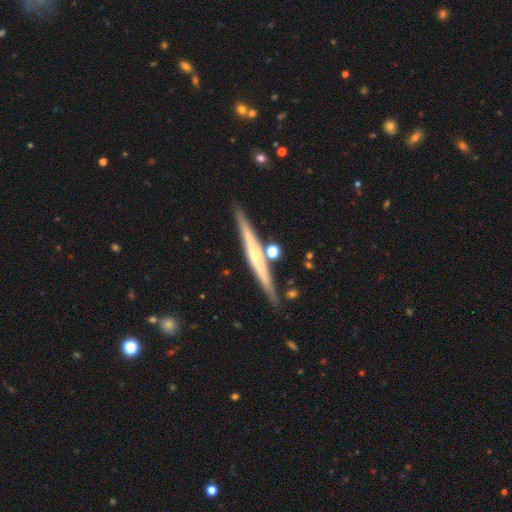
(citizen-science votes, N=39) A featured or disk galaxy (74%) viewed edge-on (100%) with a rounded central bulge (62%).

Vote fractions:
- Smooth or featured? featured or disk: 74% / smooth: 21% / star or artifact: 5%
- Edge-on disk? yes: 100% / no: 0%
- Edge-on bulge? rounded: 62% / none: 34% / boxy: 3%
- Merging? none: 86% / minor disturbance: 11% / merger: 3% / major disturbance: 0%